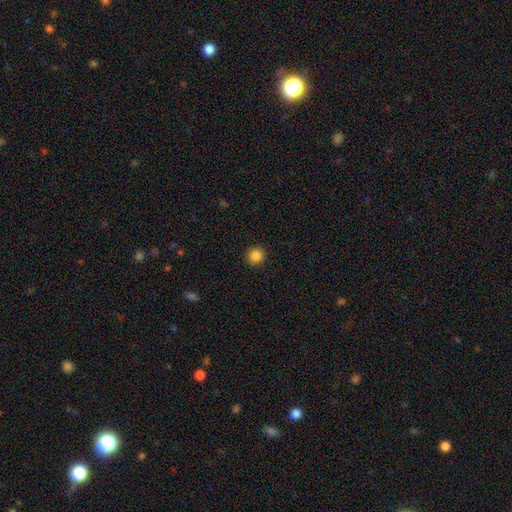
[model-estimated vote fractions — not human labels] A smooth galaxy with no disk features (86%) that is round (94%).

Vote fractions:
- Smooth or featured? smooth: 86% / star or artifact: 11% / featured or disk: 3%
- How rounded? round: 94% / in between: 5% / cigar-shaped: 1%
- Merging? none: 92% / minor disturbance: 5% / major disturbance: 2% / merger: 1%